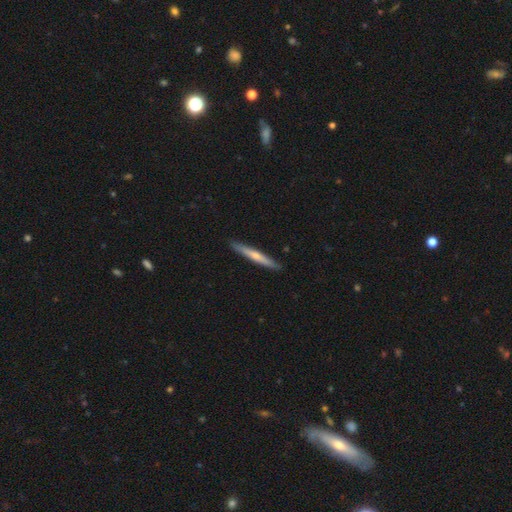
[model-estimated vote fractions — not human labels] Smooth or featured: smooth — 52% (featured or disk — 43%)
How rounded: cigar-shaped — 96% (in between — 3%)
Merging: none — 90% (minor disturbance — 7%)